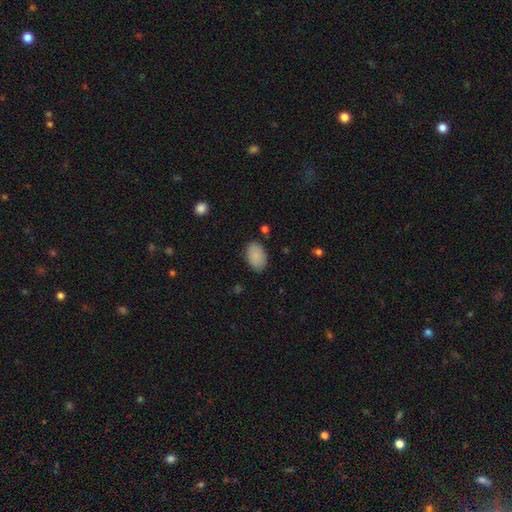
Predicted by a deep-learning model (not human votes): A smooth galaxy with no disk features (87%) that is in between round and cigar-shaped (91%).

Vote fractions:
- Smooth or featured? smooth: 87% / star or artifact: 6% / featured or disk: 6%
- How rounded? in between: 91% / round: 8% / cigar-shaped: 1%
- Merging? none: 83% / minor disturbance: 13% / major disturbance: 3% / merger: 2%